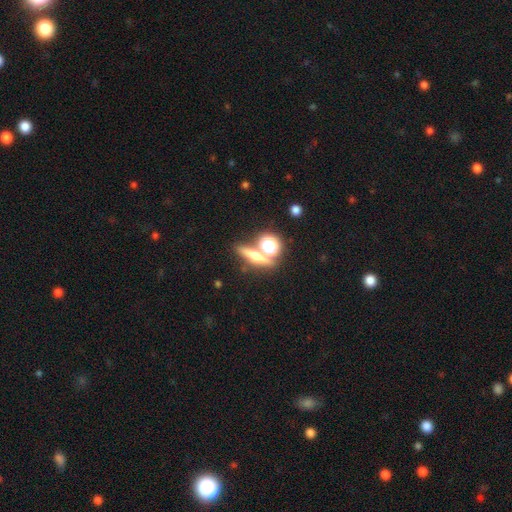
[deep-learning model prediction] A smooth galaxy with no disk features (42%).

Vote fractions:
- Smooth or featured? smooth: 42% / featured or disk: 35% / star or artifact: 23%
- Merging? none: 71% / merger: 17% / minor disturbance: 8% / major disturbance: 4%